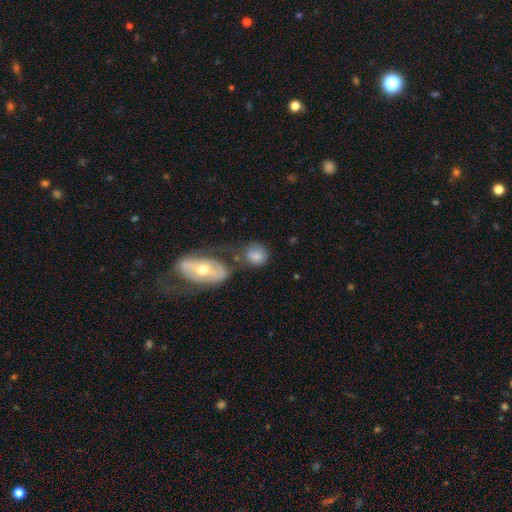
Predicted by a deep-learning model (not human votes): A smooth galaxy with no disk features (72%) that is round (65%). Merging: none (49%).